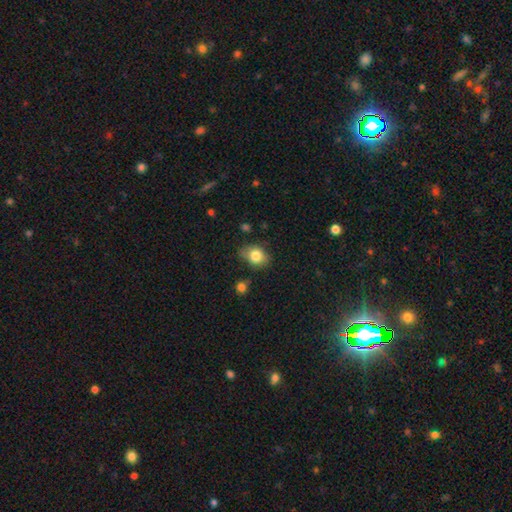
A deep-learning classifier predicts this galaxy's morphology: Q: Smooth or featured?
A: smooth (81%); runner-up: featured or disk (10%)
Q: How rounded?
A: in between (57%); runner-up: round (42%)
Q: Merging?
A: none (69%); runner-up: minor disturbance (23%)